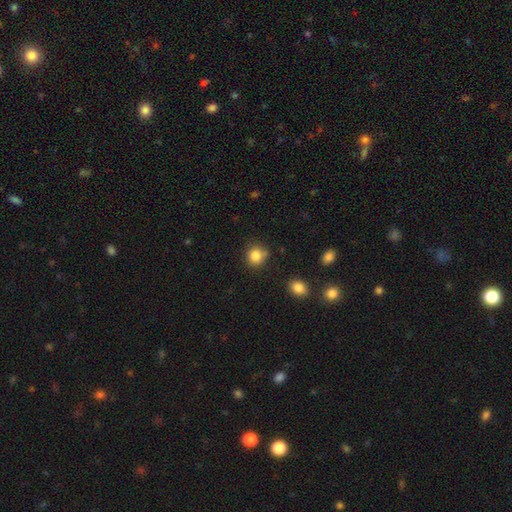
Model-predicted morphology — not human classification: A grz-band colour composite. It shows a smooth galaxy with no disk features (83%) that is round (85%). Merging: none (75%).